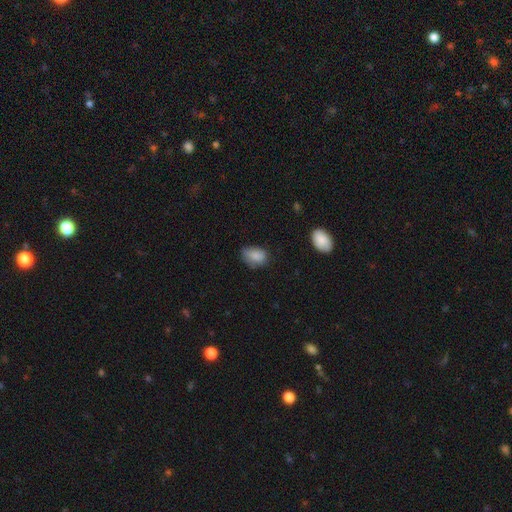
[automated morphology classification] Overall: smooth (84%). How rounded: in between (85%). Merging: none (53%; minor disturbance 36%).